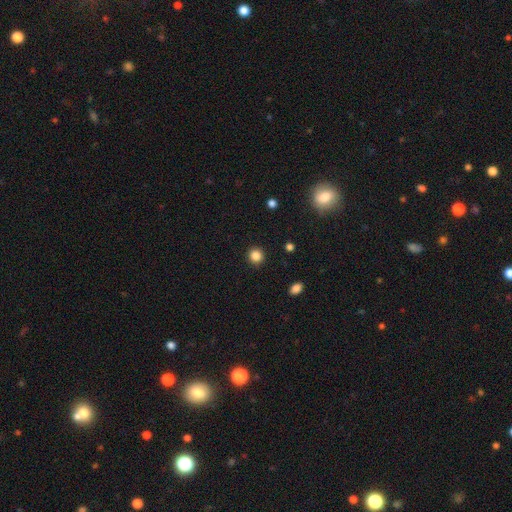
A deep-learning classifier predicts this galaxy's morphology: This appears to be a smooth galaxy with no disk features (85%) that is round (92%). Merging: none (92%).